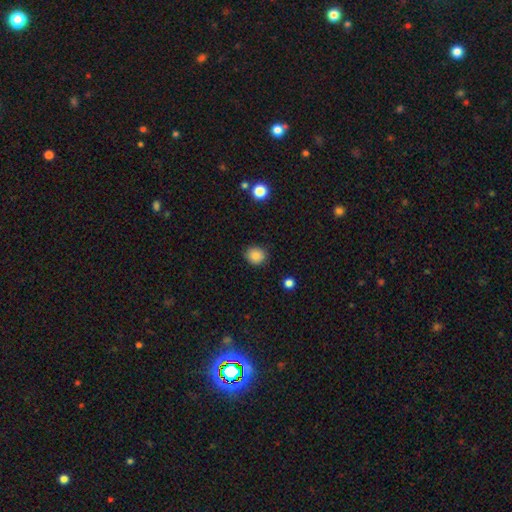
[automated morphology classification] This is clearly a smooth galaxy (86%). How rounded: likely round (77%). Merging: clearly none (86%).